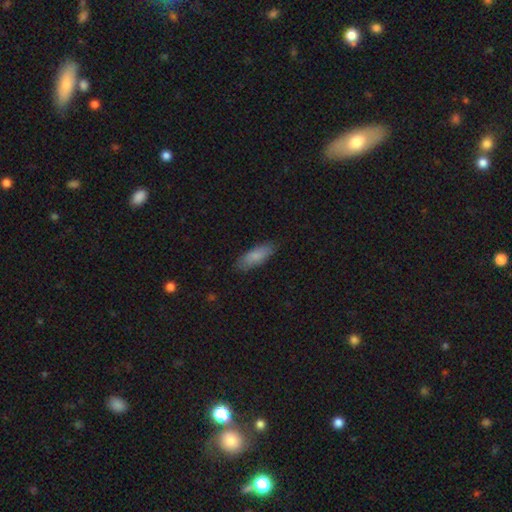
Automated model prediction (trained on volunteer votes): Smooth or featured? smooth (83%)
How rounded? in between (71%)
Merging? none (84%)